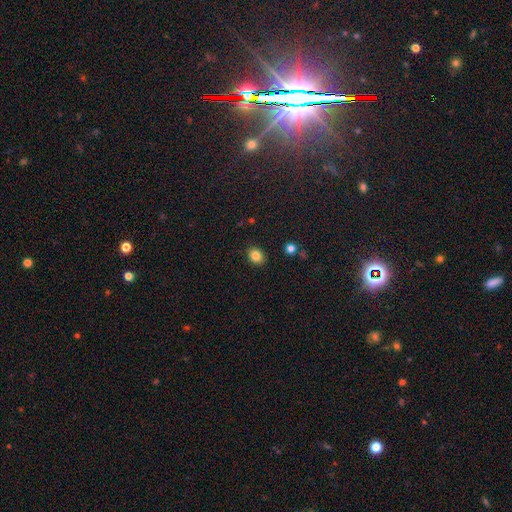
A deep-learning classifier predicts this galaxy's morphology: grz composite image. It shows a smooth galaxy with no disk features (84%) that is round (53%). Merging: none (89%).